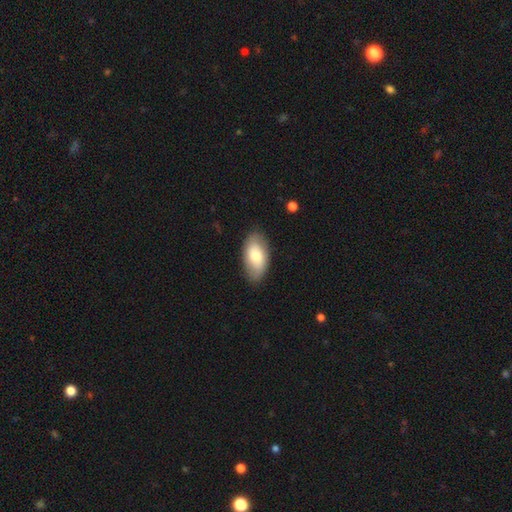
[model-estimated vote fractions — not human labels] smooth 75%, featured or disk 20%, star or artifact 6%. Down the decision tree: how rounded — in between (94%); merging — none (83%).